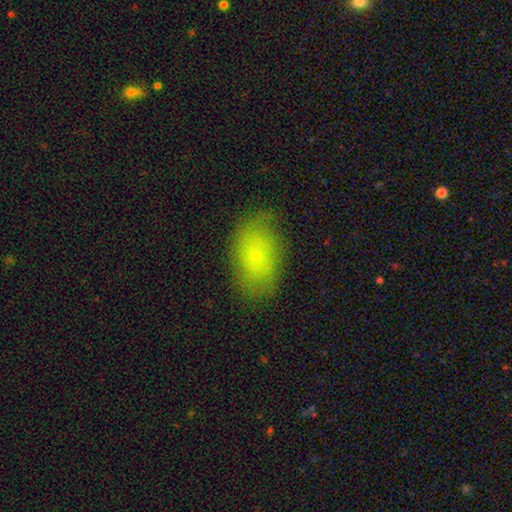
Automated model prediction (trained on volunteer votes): This appears to be a smooth galaxy with no disk features (64%) that is in between round and cigar-shaped (89%). Merging: none (74%).